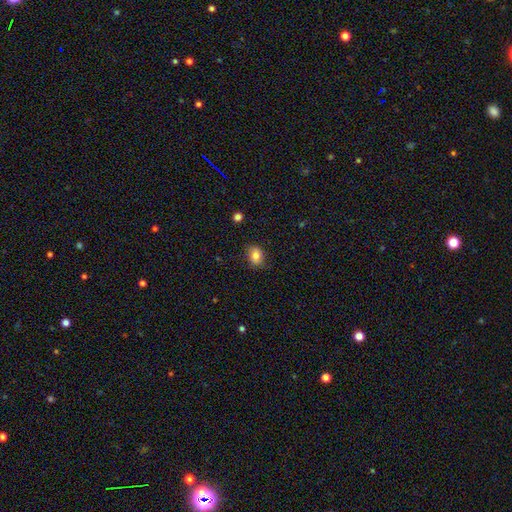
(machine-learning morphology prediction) Smooth or featured: smooth — 80% (featured or disk — 10%)
How rounded: in between — 54% (round — 45%)
Merging: none — 82% (minor disturbance — 14%)